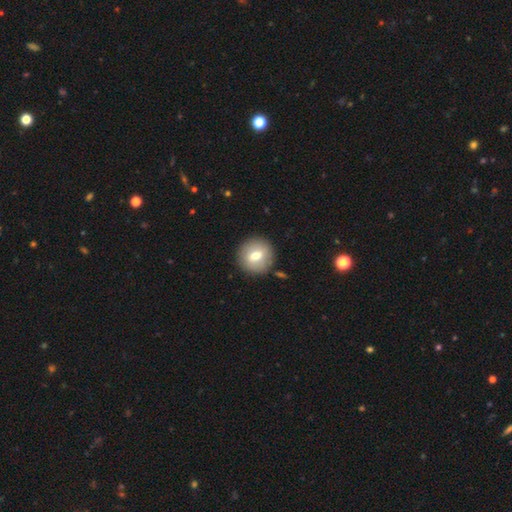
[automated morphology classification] Q: Smooth or featured?
A: smooth (68%); runner-up: featured or disk (24%)
Q: How rounded?
A: round (91%); runner-up: in between (7%)
Q: Merging?
A: none (88%); runner-up: minor disturbance (7%)